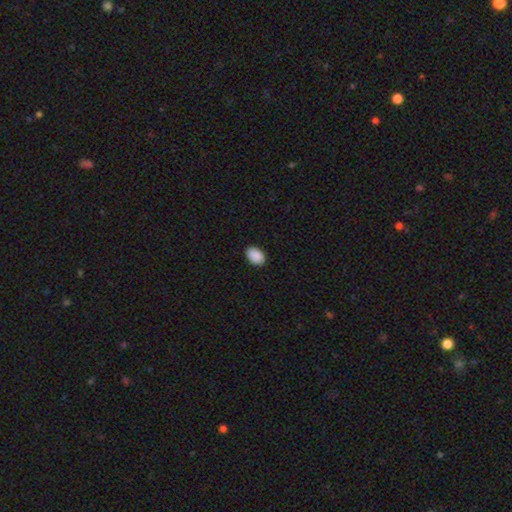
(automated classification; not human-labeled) The model was most divided on "how rounded": in between: 86%, round: 13%, cigar-shaped: 1%. More confident: smooth or featured — smooth (90%); merging — none (88%).